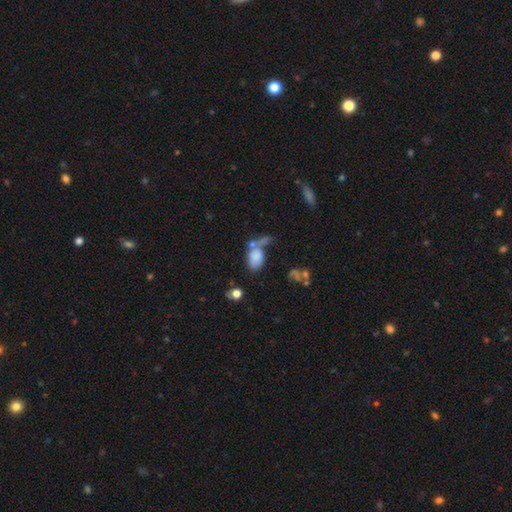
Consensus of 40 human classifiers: Overall: smooth (95%). How rounded: in between (89%). Merging: merger (57%; none 25%).